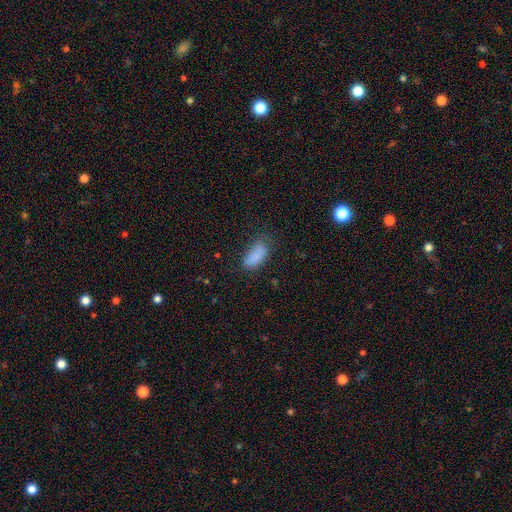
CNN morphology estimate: smooth_or_featured: smooth (p=0.83) [alt: star or artifact p=0.10]
how_rounded: in between (p=0.89) [alt: cigar-shaped p=0.08]
merging: none (p=0.54) [alt: minor disturbance p=0.30]